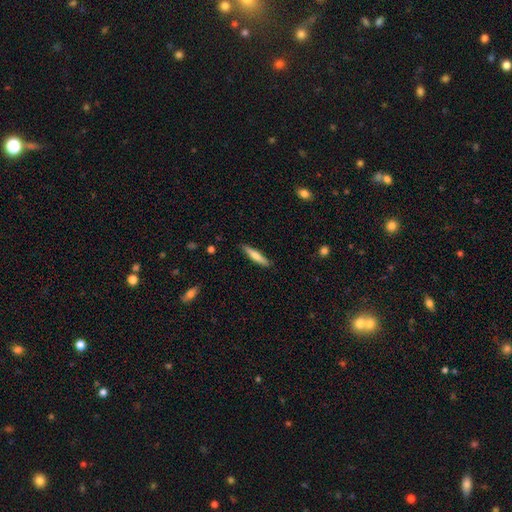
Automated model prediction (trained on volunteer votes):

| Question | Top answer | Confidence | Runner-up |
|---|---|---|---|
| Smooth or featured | smooth | 67% | featured or disk (28%) |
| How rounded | cigar-shaped | 89% | in between (10%) |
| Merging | none | 88% | minor disturbance (9%) |